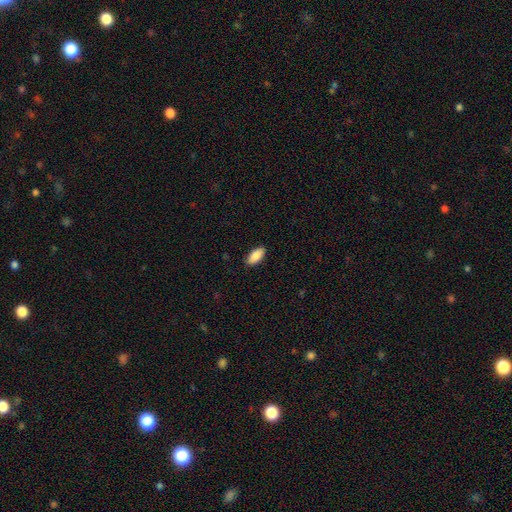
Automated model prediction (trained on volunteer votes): A smooth galaxy with no disk features (87%) that is in between round and cigar-shaped (90%). Merging: none (88%).